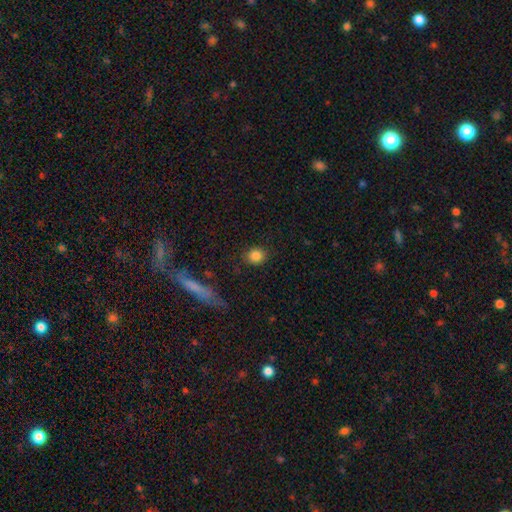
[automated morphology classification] Overall: smooth (85%). How rounded: round (76%). Merging: none (86%).